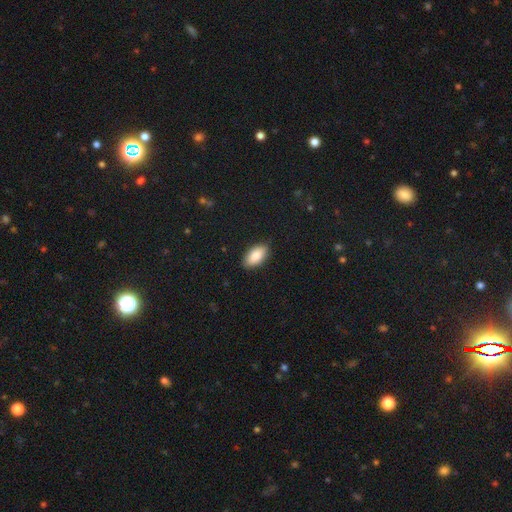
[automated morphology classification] Smooth or featured?
  - smooth: 87% *
  - featured or disk: 7%
  - star or artifact: 6%
How rounded?
  - in between: 94% *
  - cigar-shaped: 4%
  - round: 3%
Merging?
  - none: 88% *
  - minor disturbance: 9%
  - major disturbance: 2%
  - merger: 1%